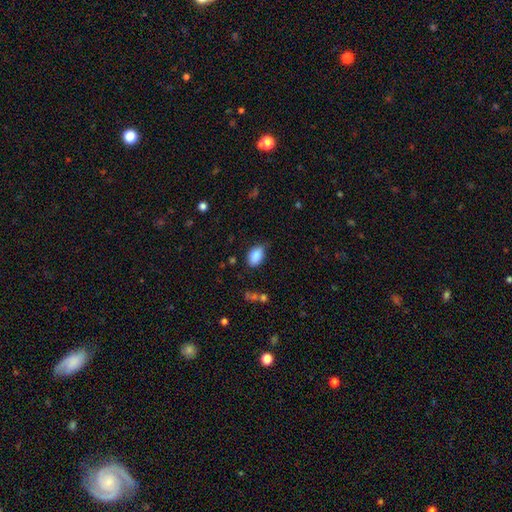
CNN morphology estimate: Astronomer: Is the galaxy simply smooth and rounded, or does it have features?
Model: smooth — 88%.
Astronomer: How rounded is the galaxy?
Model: in between — 90%.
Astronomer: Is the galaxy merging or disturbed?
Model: none — 77%.